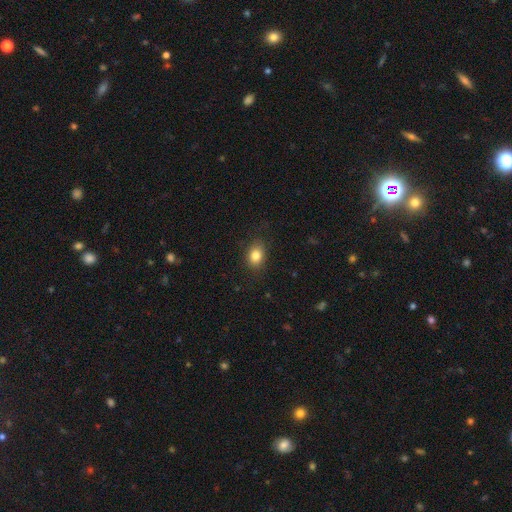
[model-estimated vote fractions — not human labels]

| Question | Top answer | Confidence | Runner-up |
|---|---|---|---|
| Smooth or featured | smooth | 84% | star or artifact (10%) |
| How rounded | in between | 63% | round (36%) |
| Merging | none | 85% | minor disturbance (11%) |